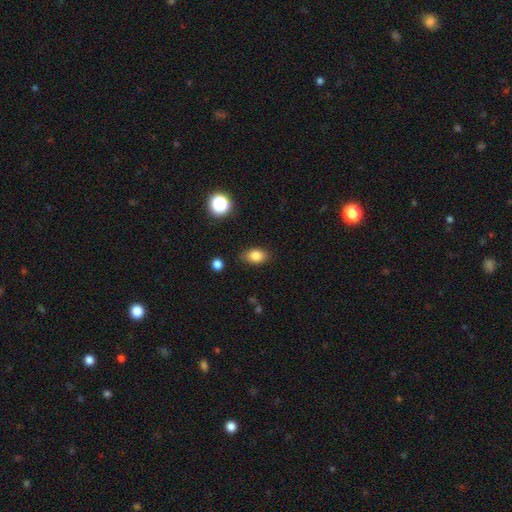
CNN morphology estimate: Smooth or featured? Predicted: smooth (p=0.83). How rounded? Predicted: in between (p=0.82). Merging? Predicted: none (p=0.82).